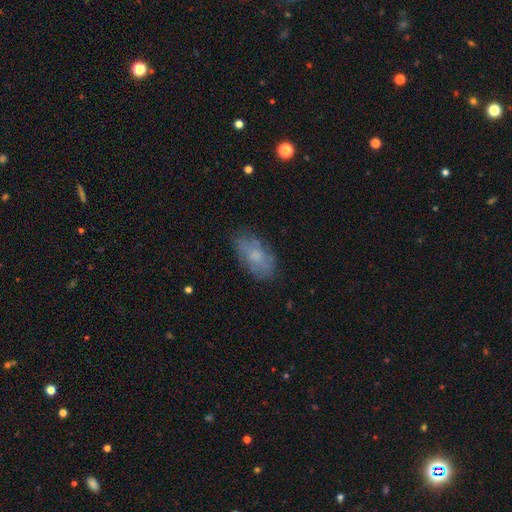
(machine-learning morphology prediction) This is likely a smooth galaxy (63%). How rounded: clearly in between (92%). Merging: likely none (71%).